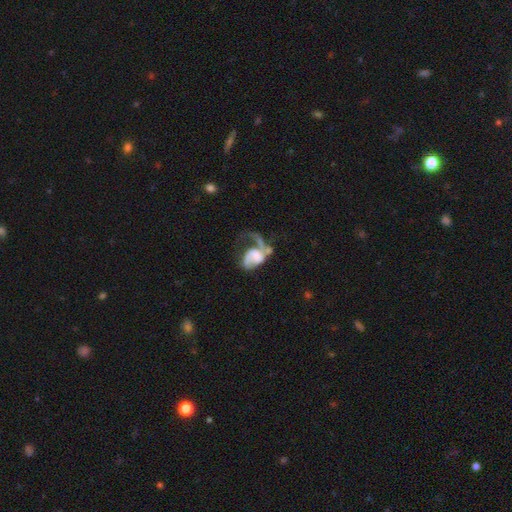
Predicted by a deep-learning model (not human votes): Overall: featured or disk (67%). Edge-on disk: no (98%). Bar: no (62%; weak 29%). Spiral arms: yes (81%). Spiral arm count: 1 (61%; 2 29%). Spiral winding: loose (56%; medium 31%). Bulge size: none (27%; moderate 24%). Merging: major disturbance (48%; merger 21%).